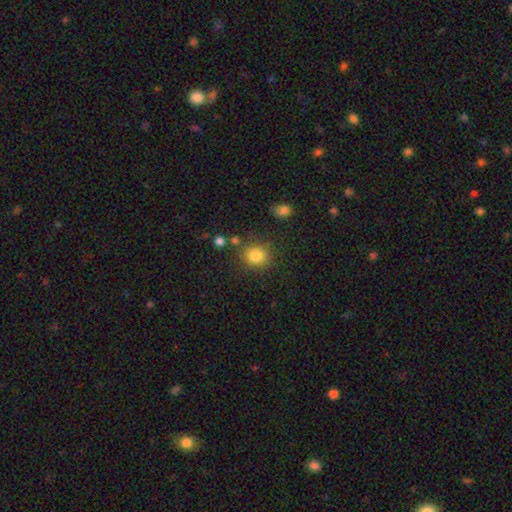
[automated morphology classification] Smooth or featured? Predicted: smooth (p=0.83). How rounded? Predicted: round (p=0.78). Merging? Predicted: none (p=0.78).